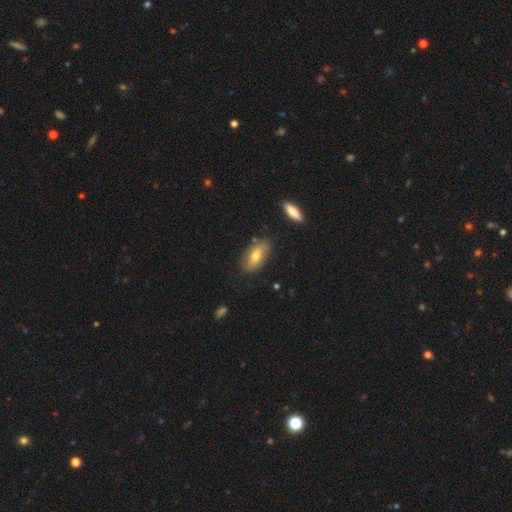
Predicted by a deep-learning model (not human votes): A smooth galaxy with no disk features (65%) that is in between round and cigar-shaped (85%). Merging: none (78%).